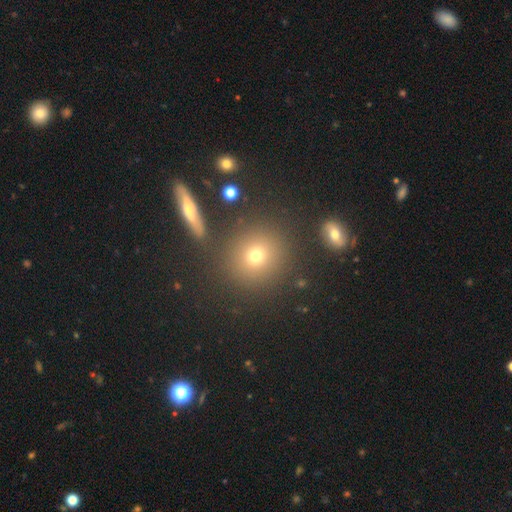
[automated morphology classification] A smooth galaxy with no disk features (70%) that is round (88%).

Vote fractions:
- Smooth or featured? smooth: 70% / star or artifact: 18% / featured or disk: 12%
- How rounded? round: 88% / in between: 11% / cigar-shaped: 2%
- Merging? none: 83% / minor disturbance: 8% / merger: 5% / major disturbance: 3%